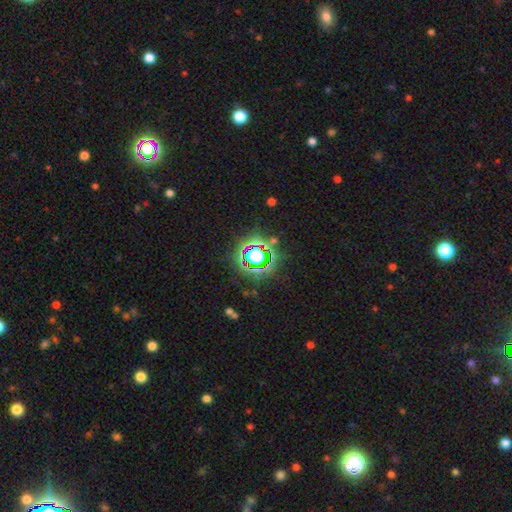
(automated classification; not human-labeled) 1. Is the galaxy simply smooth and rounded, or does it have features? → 73% star or artifact, 16% smooth, 11% featured or disk.